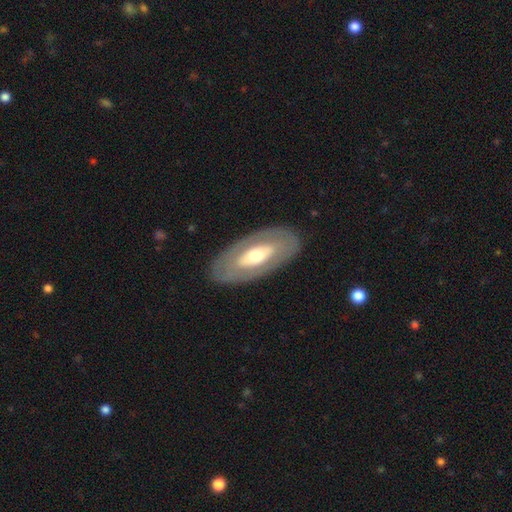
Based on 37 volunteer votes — Overall: featured or disk (51%; smooth 49%). Edge-on disk: no (84%). Bar: no (75%). Spiral arms: no (94%). Bulge size: moderate (50%; large 25%). Merging: none (92%).